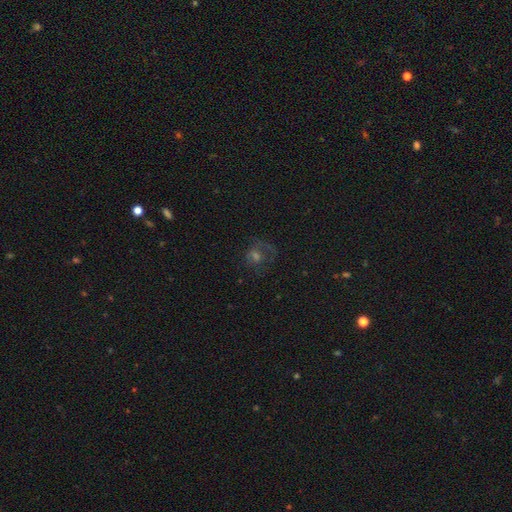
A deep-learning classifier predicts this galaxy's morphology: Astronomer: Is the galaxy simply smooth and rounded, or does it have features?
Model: smooth — 36% (runner-up: featured or disk, 32%).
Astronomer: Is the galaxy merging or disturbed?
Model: none — 56%.